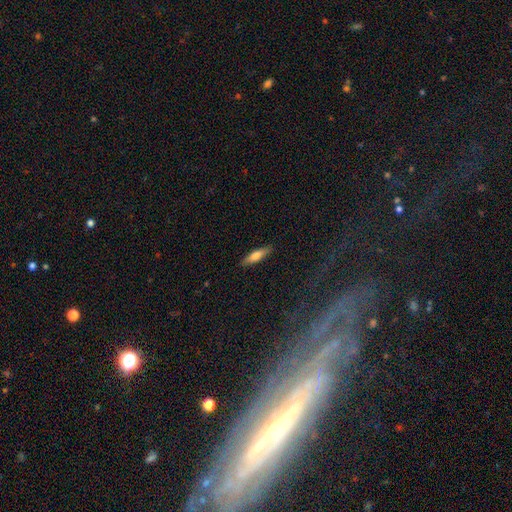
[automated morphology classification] smooth 69%, featured or disk 25%, star or artifact 6%. Down the decision tree: how rounded — cigar-shaped (68%); merging — none (89%).